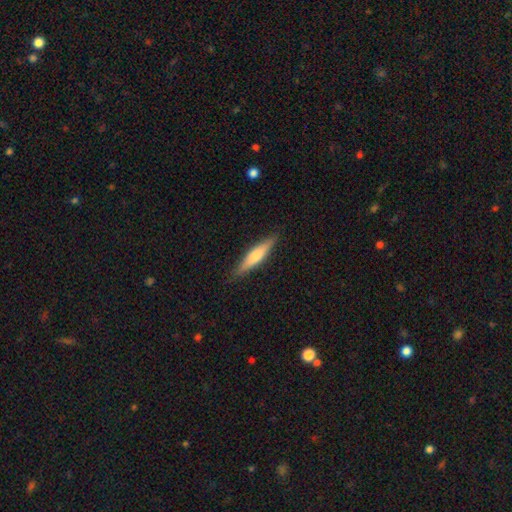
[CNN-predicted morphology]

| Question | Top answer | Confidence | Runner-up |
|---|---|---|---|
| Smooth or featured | smooth | 60% | featured or disk (34%) |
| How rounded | cigar-shaped | 83% | in between (15%) |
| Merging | none | 88% | minor disturbance (9%) |